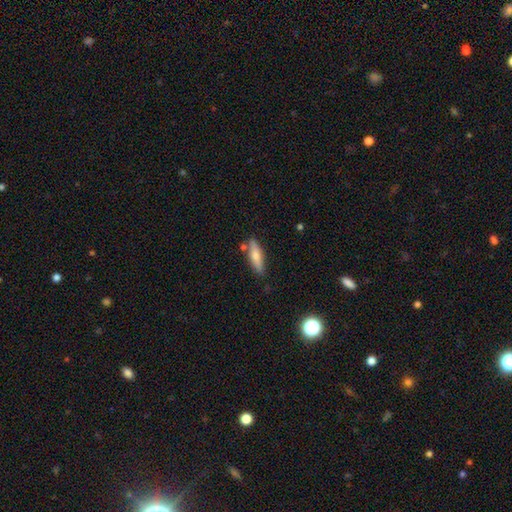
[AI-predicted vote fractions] This is likely a smooth galaxy (66%). How rounded: likely cigar-shaped (63%). Merging: likely none (79%).